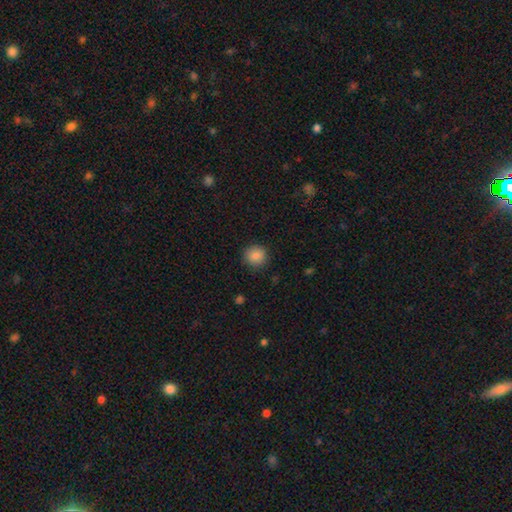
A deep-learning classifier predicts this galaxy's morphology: A smooth galaxy with no disk features (86%) that is round (91%).

Vote fractions:
- Smooth or featured? smooth: 86% / star or artifact: 9% / featured or disk: 5%
- How rounded? round: 91% / in between: 8% / cigar-shaped: 1%
- Merging? none: 90% / minor disturbance: 7% / major disturbance: 2% / merger: 1%